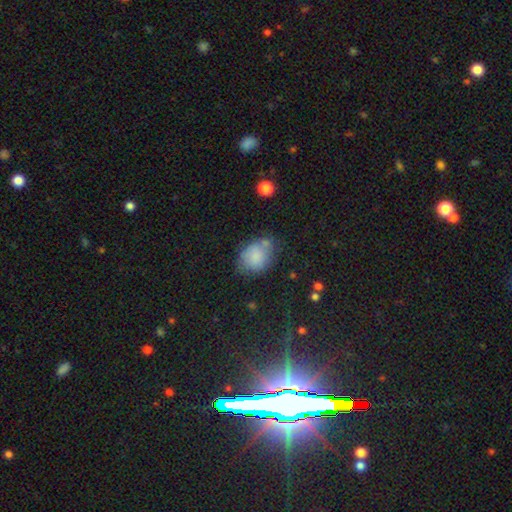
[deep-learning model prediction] Smooth or featured? smooth (79%)
How rounded? in between (64%)
Merging? none (51%)